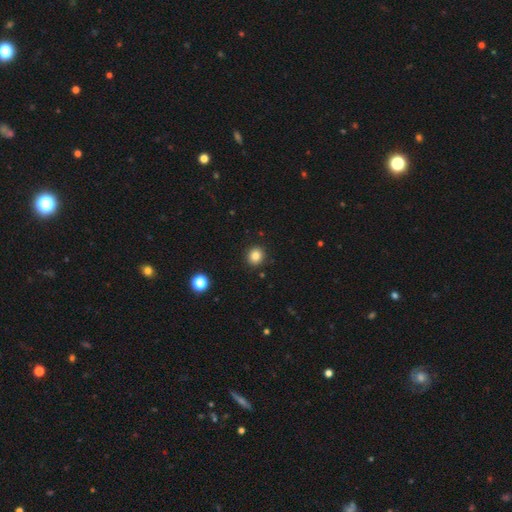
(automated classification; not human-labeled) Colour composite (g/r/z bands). It shows a smooth galaxy with no disk features (83%) that is round (88%). Merging: none (91%).